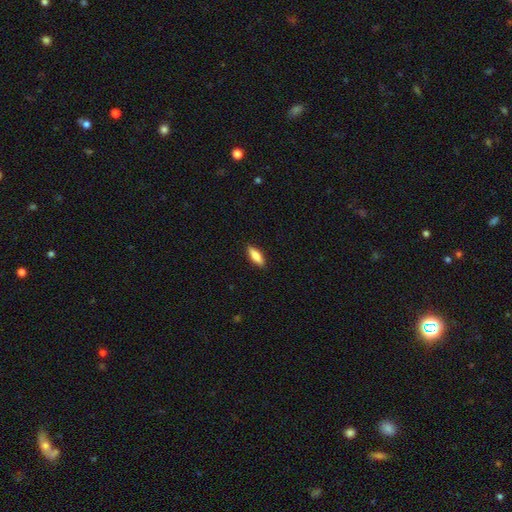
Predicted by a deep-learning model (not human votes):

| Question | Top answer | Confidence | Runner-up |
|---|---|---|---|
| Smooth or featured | smooth | 77% | featured or disk (17%) |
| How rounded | in between | 56% | cigar-shaped (42%) |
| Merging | none | 90% | minor disturbance (8%) |